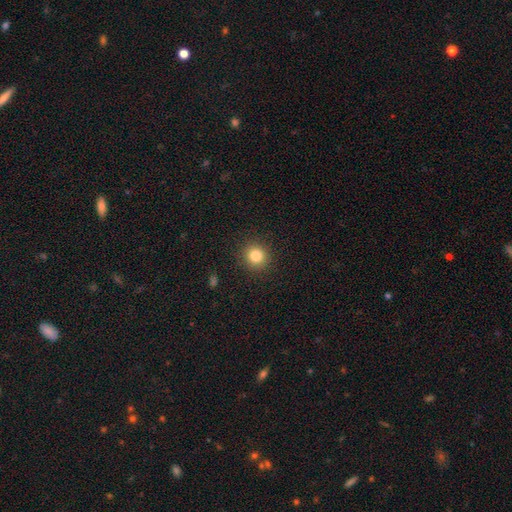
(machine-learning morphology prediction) Q: Smooth or featured?
A: smooth (83%); runner-up: star or artifact (11%)
Q: How rounded?
A: round (90%); runner-up: in between (9%)
Q: Merging?
A: none (90%); runner-up: minor disturbance (6%)